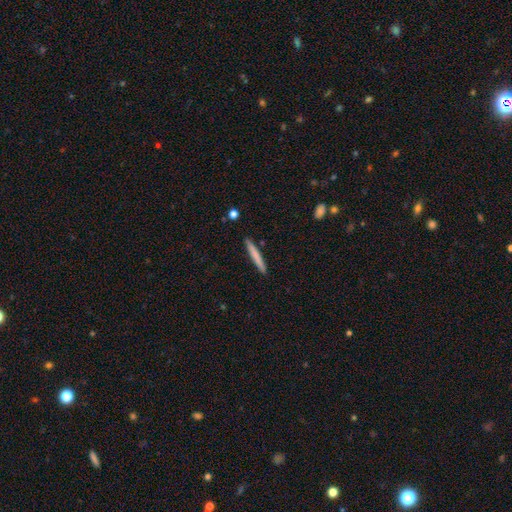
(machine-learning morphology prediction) Overall: smooth (72%). How rounded: cigar-shaped (96%). Merging: none (91%).